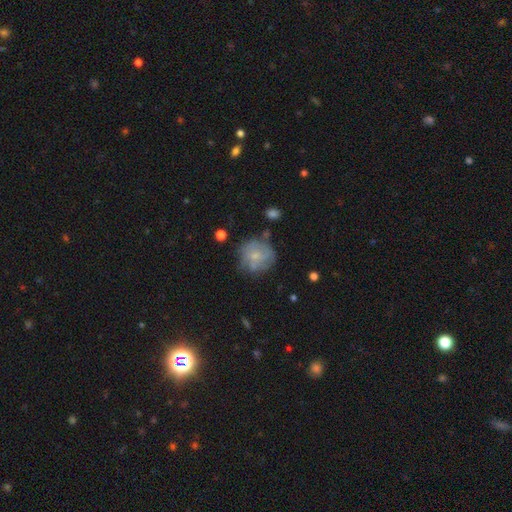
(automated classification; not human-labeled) smooth-or-featured: featured or disk: 46% | smooth: 45% | star or artifact: 9%
  merging: none: 60% | minor disturbance: 24% | major disturbance: 12% | merger: 5%